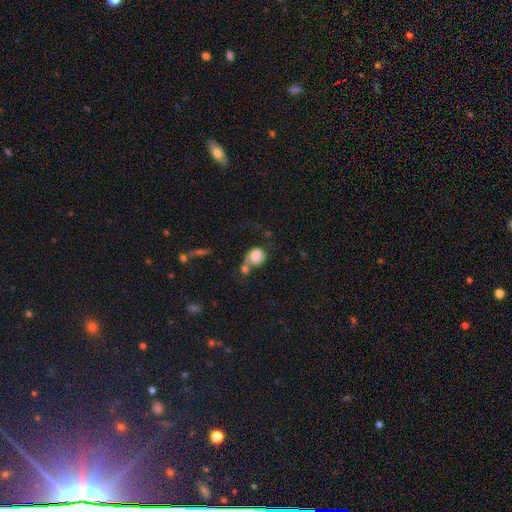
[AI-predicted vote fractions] Smooth or featured? Predicted: smooth (p=0.73). How rounded? Predicted: round (p=0.67). Merging? Predicted: merger (p=0.39).